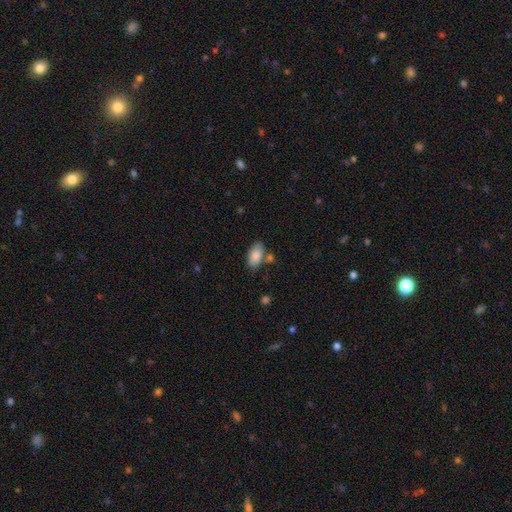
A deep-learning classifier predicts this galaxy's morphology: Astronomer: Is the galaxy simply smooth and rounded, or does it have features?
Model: smooth — 85%.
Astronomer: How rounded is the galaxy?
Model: in between — 94%.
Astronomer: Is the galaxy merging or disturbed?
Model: none — 69%.